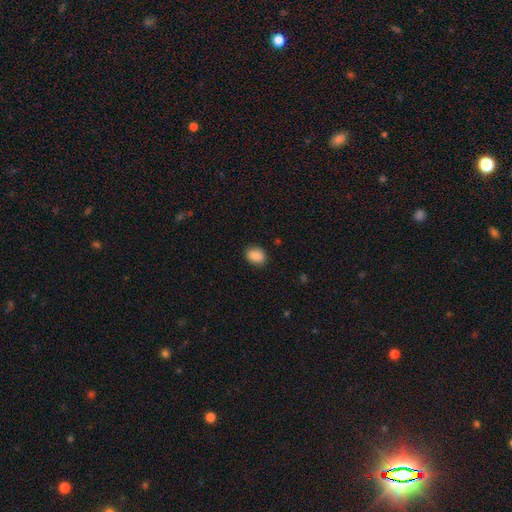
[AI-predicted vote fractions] The model was most divided on "how rounded": in between: 63%, round: 36%, cigar-shaped: 1%. More confident: smooth or featured — smooth (89%); merging — none (86%).